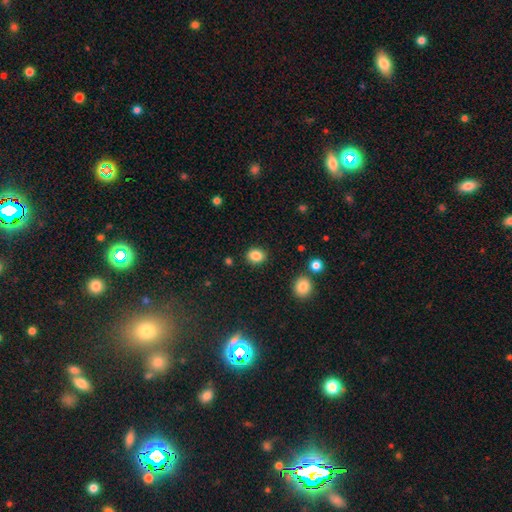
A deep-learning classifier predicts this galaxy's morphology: Smooth or featured? Predicted: smooth (p=0.85). How rounded? Predicted: round (p=0.61). Merging? Predicted: none (p=0.88).